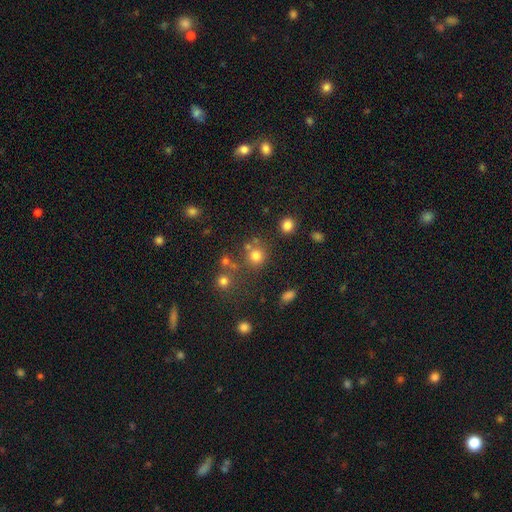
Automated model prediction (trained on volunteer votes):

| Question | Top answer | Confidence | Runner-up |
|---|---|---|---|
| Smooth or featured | smooth | 76% | star or artifact (16%) |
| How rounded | round | 88% | in between (11%) |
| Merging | none | 70% | merger (14%) |